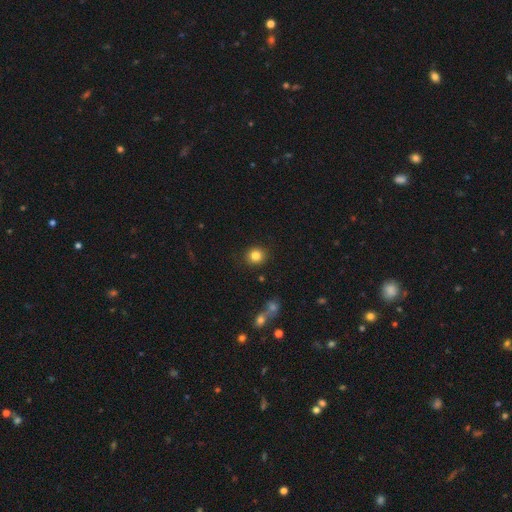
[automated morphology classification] A smooth galaxy with no disk features (84%) that is round (87%). Merging: none (88%).